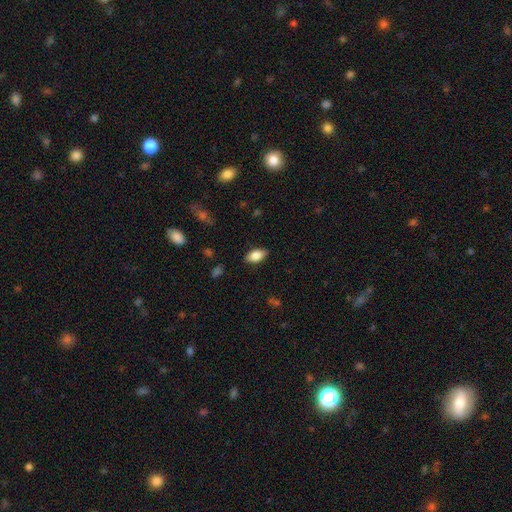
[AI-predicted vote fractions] Smooth or featured?
  - smooth: 83% *
  - featured or disk: 10%
  - star or artifact: 7%
How rounded?
  - in between: 91% *
  - cigar-shaped: 5%
  - round: 3%
Merging?
  - none: 85% *
  - minor disturbance: 11%
  - major disturbance: 2%
  - merger: 1%